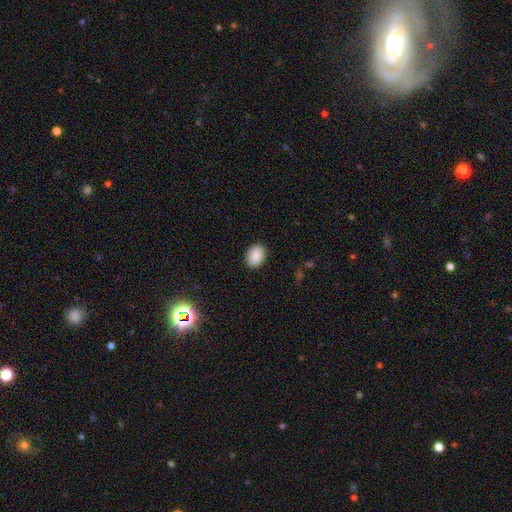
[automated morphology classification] type=smooth (89%); roundness=in between (79%); merging=none (89%).